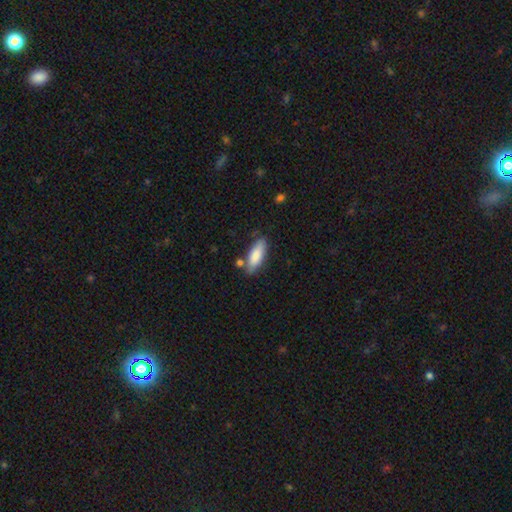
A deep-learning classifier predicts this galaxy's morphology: Overall: smooth (83%). How rounded: in between (68%; cigar-shaped 31%). Merging: none (74%).